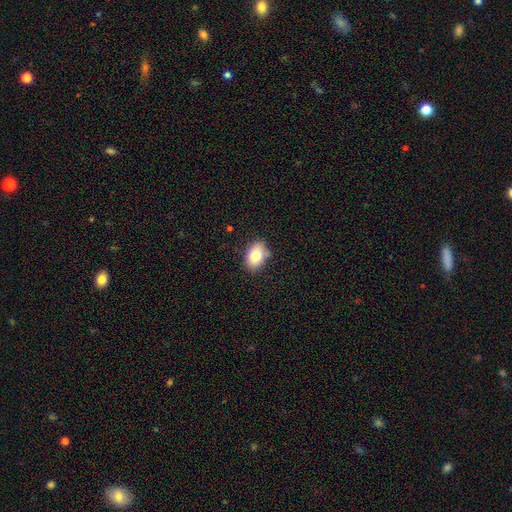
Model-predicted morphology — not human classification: Smooth or featured?
  - smooth: 79% *
  - featured or disk: 12%
  - star or artifact: 9%
How rounded?
  - in between: 83% *
  - round: 16%
  - cigar-shaped: 1%
Merging?
  - none: 80% *
  - minor disturbance: 15%
  - major disturbance: 3%
  - merger: 2%